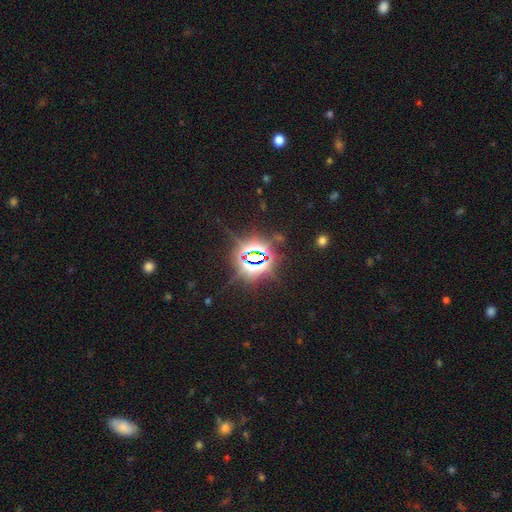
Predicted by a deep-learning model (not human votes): Smooth or featured: star or artifact — 84% (smooth — 9%)